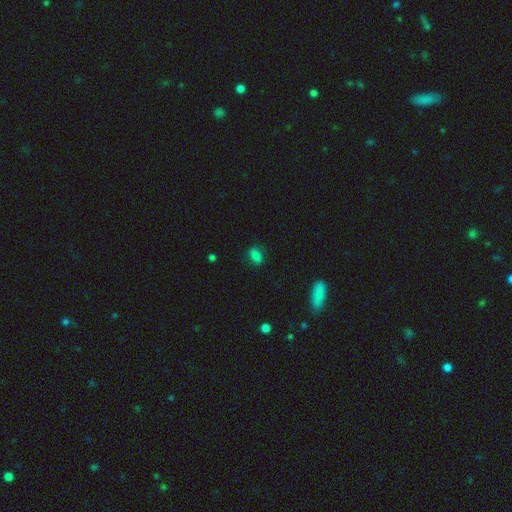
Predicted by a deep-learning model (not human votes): A smooth galaxy with no disk features (82%) that is in between round and cigar-shaped (83%).

Vote fractions:
- Smooth or featured? smooth: 82% / star or artifact: 13% / featured or disk: 5%
- How rounded? in between: 83% / round: 12% / cigar-shaped: 5%
- Merging? none: 79% / minor disturbance: 16% / major disturbance: 4% / merger: 2%